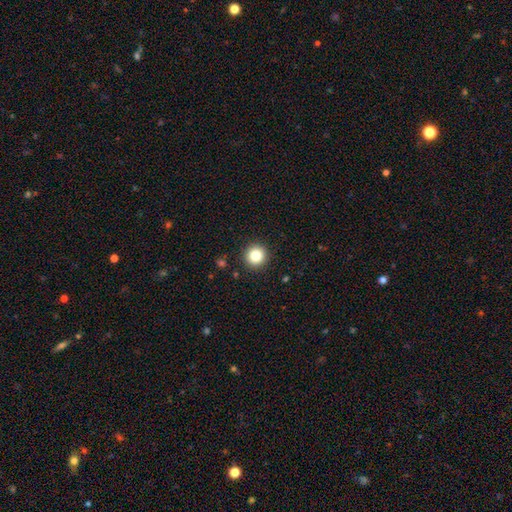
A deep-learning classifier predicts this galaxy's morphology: This appears to be a smooth galaxy with no disk features (83%) that is round (93%). Merging: none (92%).